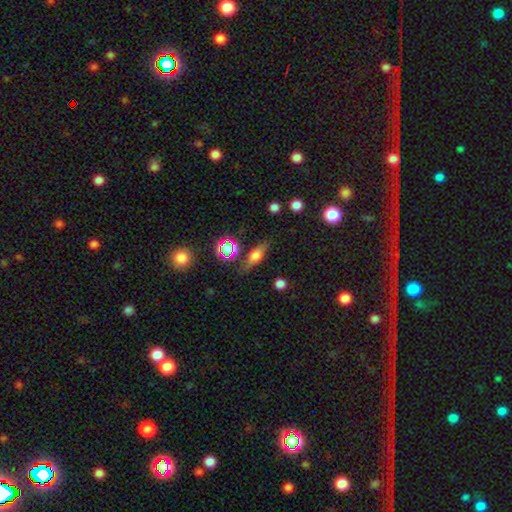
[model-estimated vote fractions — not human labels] Overall: smooth (46%; featured or disk 41%). Merging: none (76%).